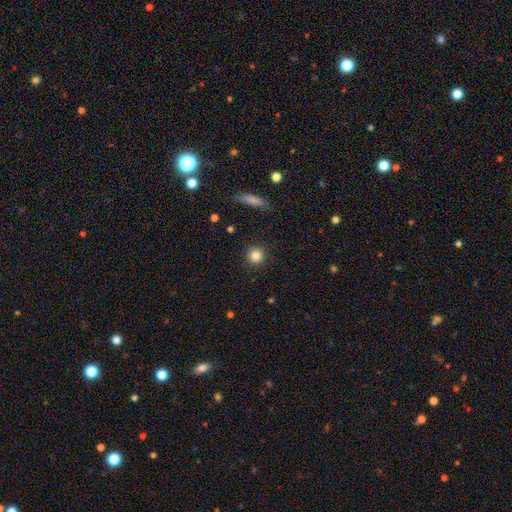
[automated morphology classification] This appears to be a smooth galaxy with no disk features (84%) that is round (93%). Merging: none (91%).